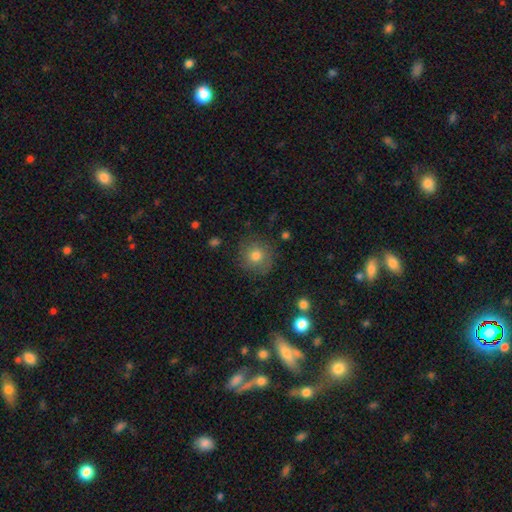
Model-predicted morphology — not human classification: A smooth galaxy with no disk features (73%) that is round (92%).

Vote fractions:
- Smooth or featured? smooth: 73% / featured or disk: 15% / star or artifact: 12%
- How rounded? round: 92% / in between: 8% / cigar-shaped: 1%
- Merging? none: 82% / minor disturbance: 12% / major disturbance: 4% / merger: 2%